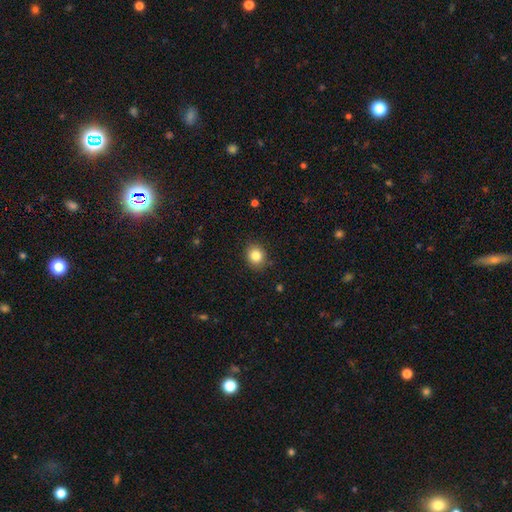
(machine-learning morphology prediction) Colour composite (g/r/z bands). It shows a smooth galaxy with no disk features (83%) that is round (69%). Merging: none (88%).